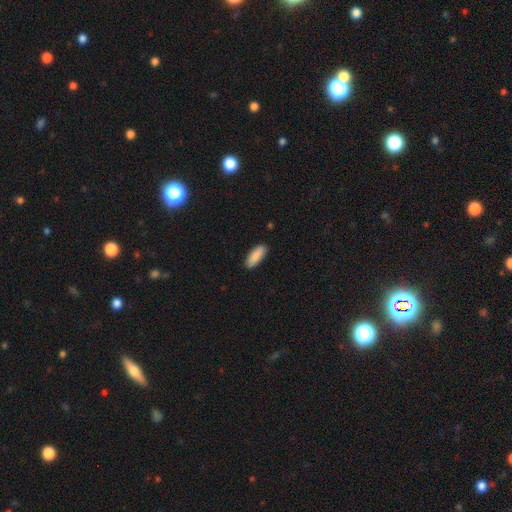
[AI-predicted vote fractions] Overall: smooth (89%). How rounded: in between (71%). Merging: none (90%).